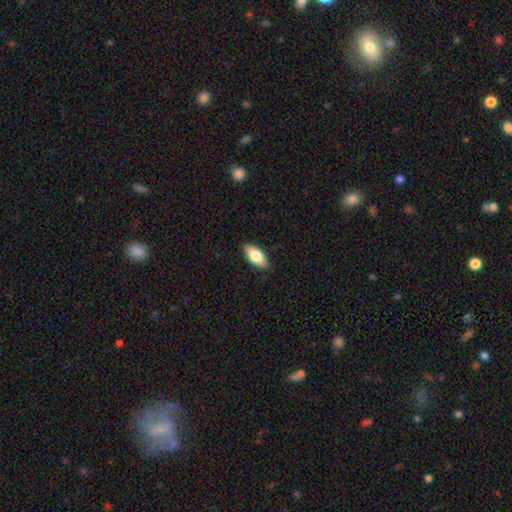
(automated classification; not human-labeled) This is likely a smooth galaxy (79%). How rounded: clearly in between (89%). Merging: clearly none (87%).